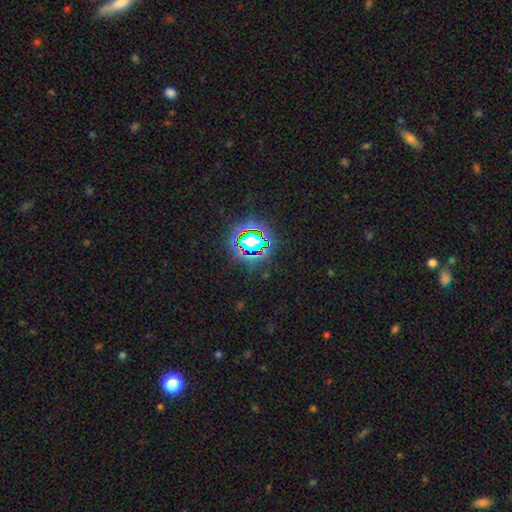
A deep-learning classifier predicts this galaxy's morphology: A star or artifact, not a galaxy (74%).

Vote fractions:
- Smooth or featured? star or artifact: 74% / smooth: 17% / featured or disk: 9%